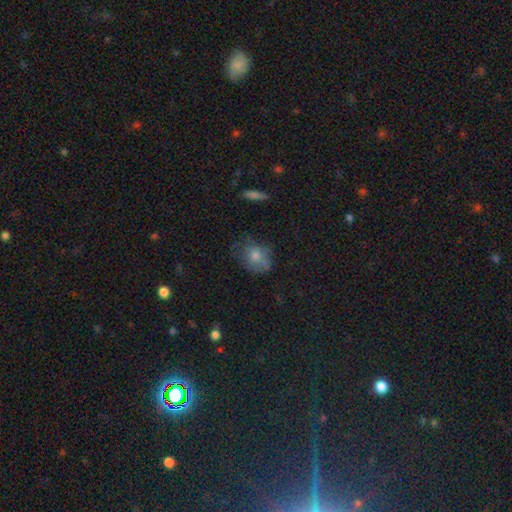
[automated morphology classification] This appears to be a smooth galaxy with no disk features (64%) that is round (51%). Merging: none (59%).